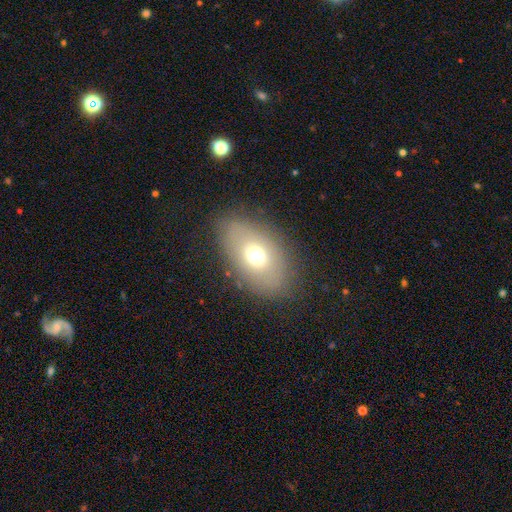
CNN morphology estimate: Smooth or featured?
  - smooth: 64% *
  - featured or disk: 24%
  - star or artifact: 12%
How rounded?
  - in between: 83% *
  - round: 15%
  - cigar-shaped: 2%
Merging?
  - none: 81% *
  - minor disturbance: 12%
  - major disturbance: 6%
  - merger: 1%